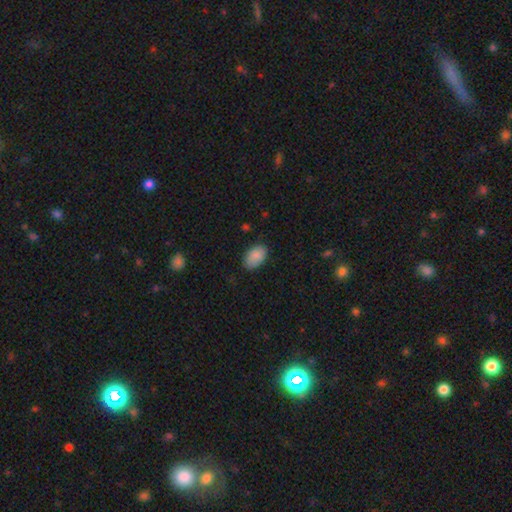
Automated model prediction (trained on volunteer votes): smooth_or_featured: smooth (p=0.86) [alt: star or artifact p=0.07]
how_rounded: in between (p=0.91) [alt: round p=0.08]
merging: none (p=0.80) [alt: minor disturbance p=0.16]